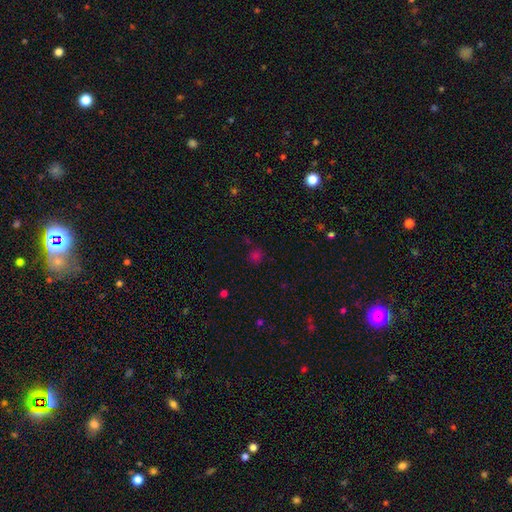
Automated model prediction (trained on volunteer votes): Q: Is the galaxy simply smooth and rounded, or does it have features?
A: smooth — 65%.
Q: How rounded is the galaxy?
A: round — 84%.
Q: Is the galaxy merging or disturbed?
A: none — 79%.